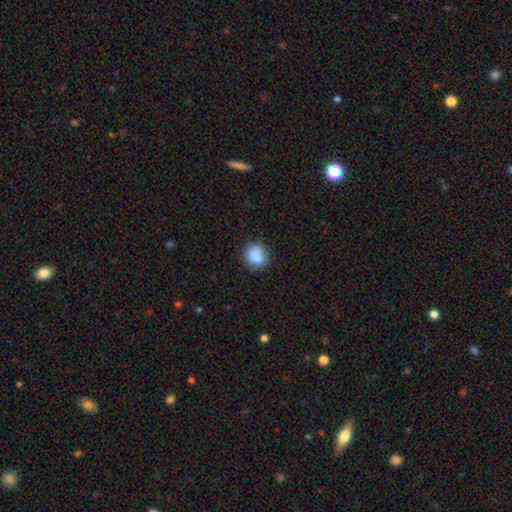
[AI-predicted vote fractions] smooth 86%, star or artifact 9%, featured or disk 5%. Down the decision tree: how rounded — round (74%); merging — none (79%).